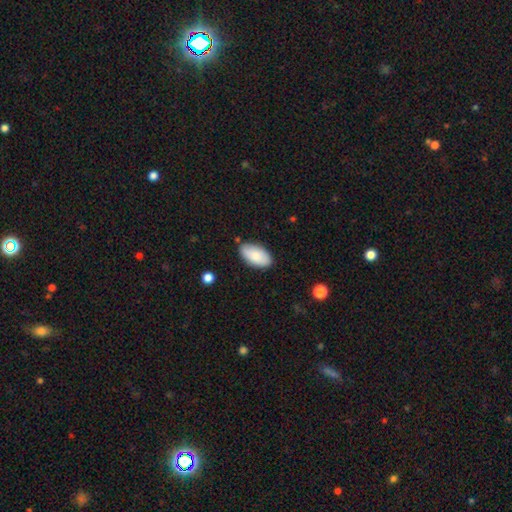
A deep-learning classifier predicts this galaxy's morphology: smooth_or_featured: smooth (p=0.84) [alt: featured or disk p=0.10]
how_rounded: in between (p=0.96) [alt: round p=0.02]
merging: none (p=0.84) [alt: minor disturbance p=0.12]